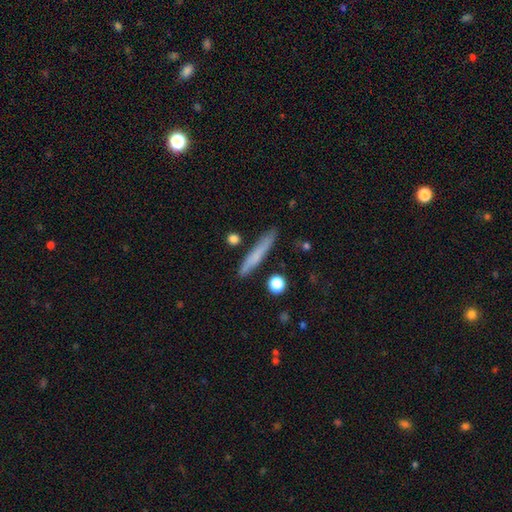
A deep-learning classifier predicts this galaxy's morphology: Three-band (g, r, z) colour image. It shows a smooth galaxy with no disk features (67%) that is cigar-shaped (94%). Merging: none (85%).